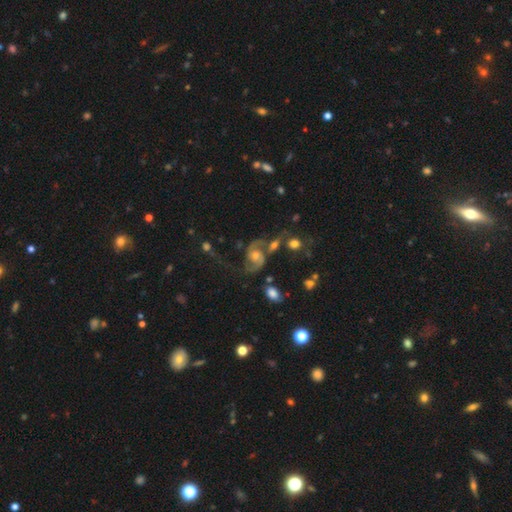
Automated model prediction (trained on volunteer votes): This is clearly a featured or disk galaxy (81%). It is clearly not viewed edge-on (97%). Bar: likely no (65%). Spiral arm pattern: clearly yes (94%). Spiral arm count: clearly 2 (88%). Spiral winding: possibly medium (47%). Central bulge: likely moderate (61%). Merging: possibly none (47%).